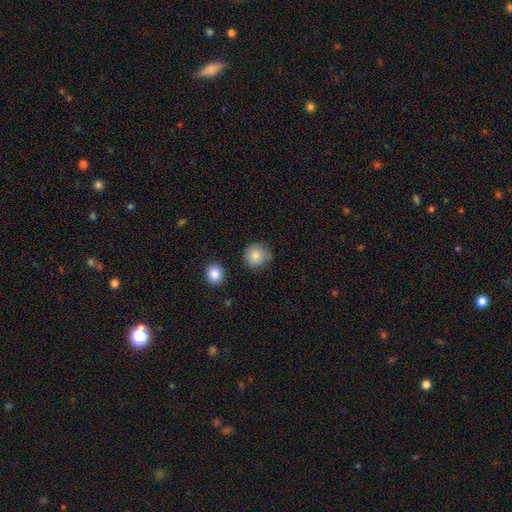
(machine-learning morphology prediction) type=smooth (86%); roundness=round (88%); merging=none (74%).